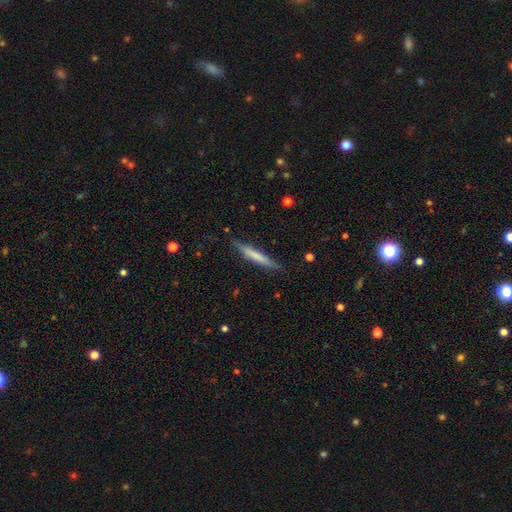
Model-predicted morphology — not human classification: type=smooth (63%); roundness=cigar-shaped (94%); merging=none (82%).